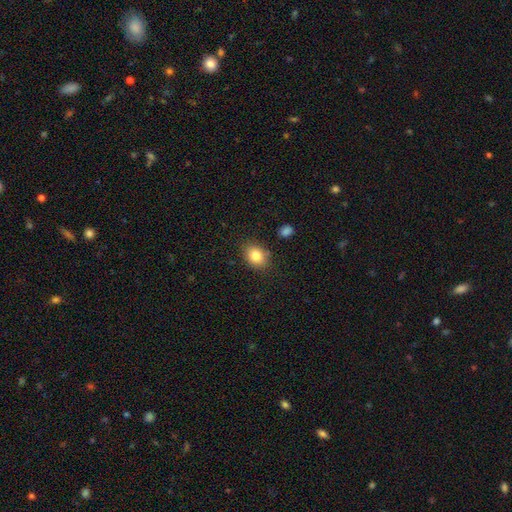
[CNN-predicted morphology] Smooth or featured? Predicted: smooth (p=0.83). How rounded? Predicted: in between (p=0.59). Merging? Predicted: none (p=0.84).